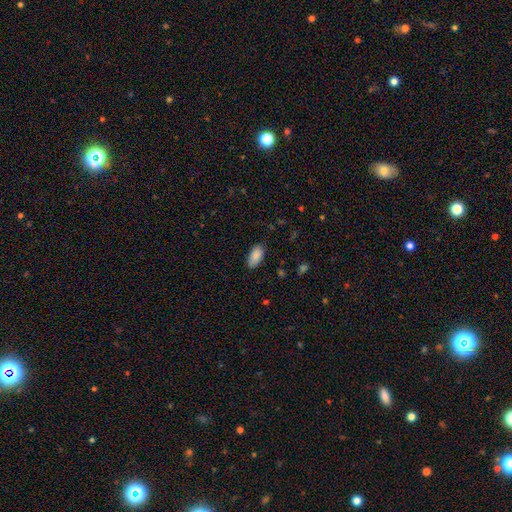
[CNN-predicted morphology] A smooth galaxy with no disk features (88%) that is in between round and cigar-shaped (93%).

Vote fractions:
- Smooth or featured? smooth: 88% / star or artifact: 7% / featured or disk: 5%
- How rounded? in between: 93% / cigar-shaped: 5% / round: 2%
- Merging? none: 81% / minor disturbance: 15% / major disturbance: 3% / merger: 1%